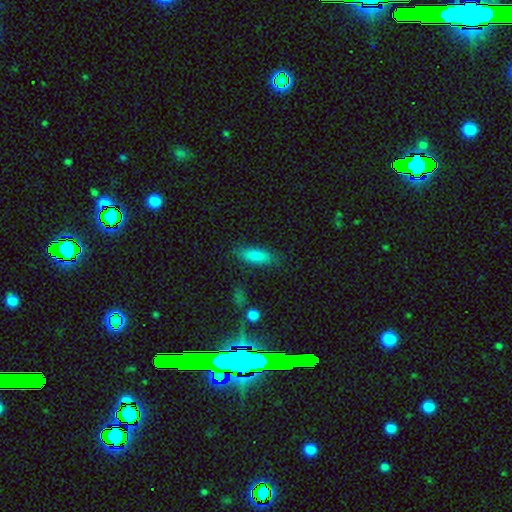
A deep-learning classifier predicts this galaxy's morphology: Smooth or featured?
  - smooth: 85% *
  - featured or disk: 8%
  - star or artifact: 7%
How rounded?
  - in between: 57% *
  - cigar-shaped: 40%
  - round: 2%
Merging?
  - none: 81% *
  - minor disturbance: 13%
  - major disturbance: 4%
  - merger: 2%